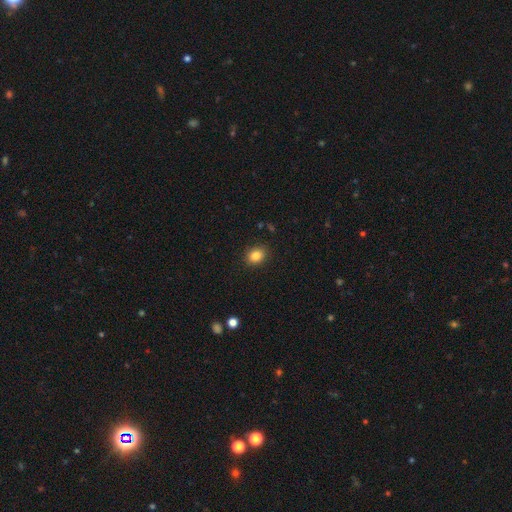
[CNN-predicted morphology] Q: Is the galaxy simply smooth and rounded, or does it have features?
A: smooth — 85%.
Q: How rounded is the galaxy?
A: in between — 52%.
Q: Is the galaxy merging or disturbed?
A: none — 88%.